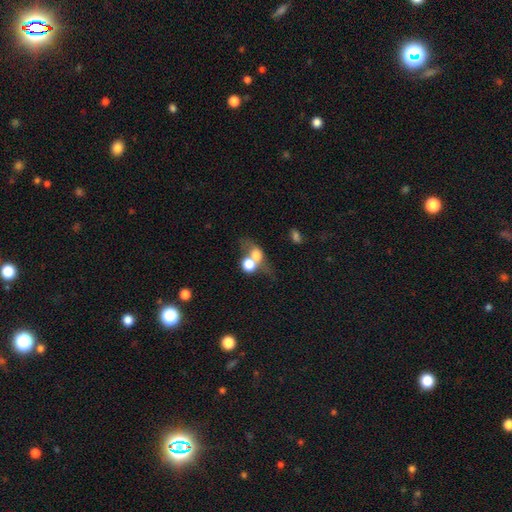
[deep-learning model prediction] Smooth or featured?
  - smooth: 64% *
  - featured or disk: 24%
  - star or artifact: 12%
How rounded?
  - round: 55% *
  - in between: 42%
  - cigar-shaped: 3%
Merging?
  - merger: 63% *
  - none: 19%
  - major disturbance: 11%
  - minor disturbance: 8%